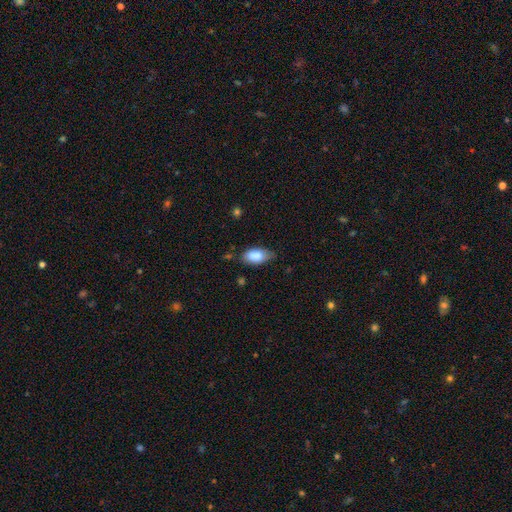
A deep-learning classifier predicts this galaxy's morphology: Q: Smooth or featured?
A: smooth (85%); runner-up: featured or disk (9%)
Q: How rounded?
A: in between (91%); runner-up: cigar-shaped (5%)
Q: Merging?
A: none (63%); runner-up: minor disturbance (29%)